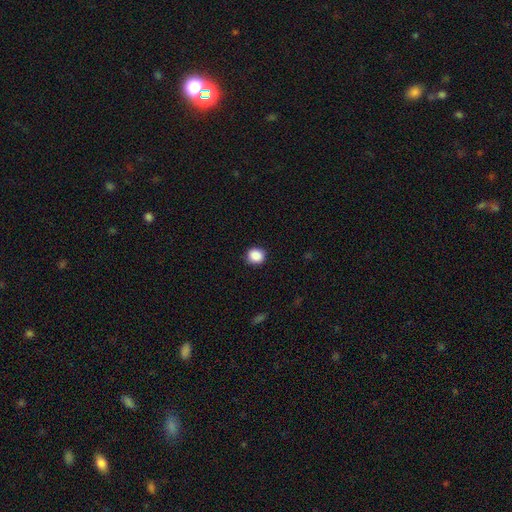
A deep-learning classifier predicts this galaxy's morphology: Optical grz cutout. It shows a smooth galaxy with no disk features (89%) that is round (84%). Merging: none (89%).